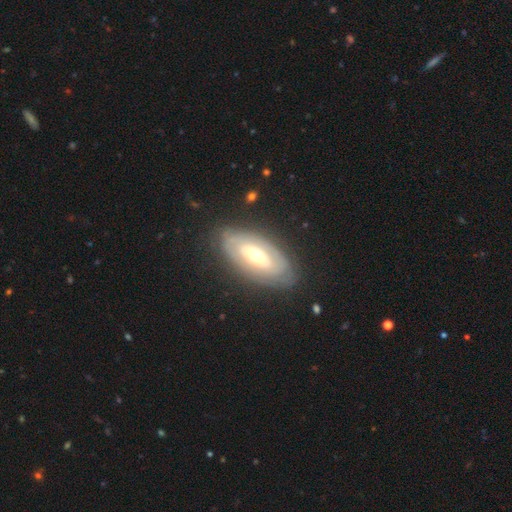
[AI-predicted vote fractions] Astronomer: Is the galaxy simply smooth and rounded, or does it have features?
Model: featured or disk — 70%.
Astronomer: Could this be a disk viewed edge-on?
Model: no — 89%.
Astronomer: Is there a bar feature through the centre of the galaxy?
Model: no — 67%.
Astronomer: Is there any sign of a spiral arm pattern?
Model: yes — 58% (runner-up: no, 42%).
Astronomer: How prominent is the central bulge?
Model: moderate — 49% (runner-up: small, 46%).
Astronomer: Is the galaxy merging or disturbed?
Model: none — 81%.